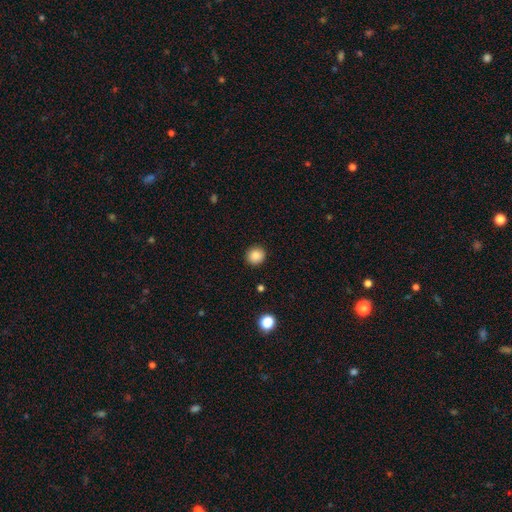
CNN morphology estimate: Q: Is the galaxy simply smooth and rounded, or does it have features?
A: smooth — 87%.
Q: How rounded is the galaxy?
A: round — 91%.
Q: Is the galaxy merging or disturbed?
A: none — 92%.